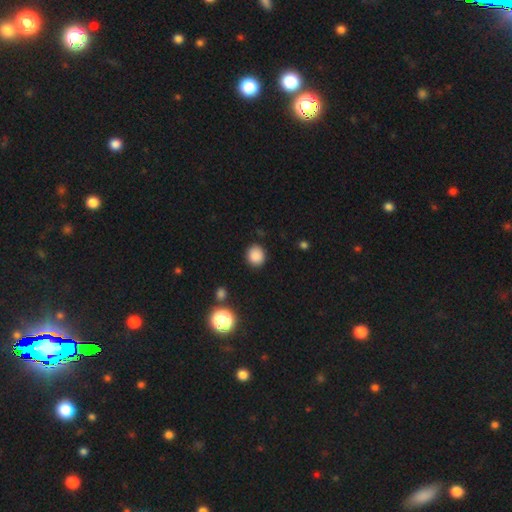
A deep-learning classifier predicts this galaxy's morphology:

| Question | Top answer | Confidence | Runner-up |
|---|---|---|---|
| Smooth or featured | smooth | 86% | star or artifact (11%) |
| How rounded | round | 79% | in between (20%) |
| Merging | none | 88% | minor disturbance (8%) |